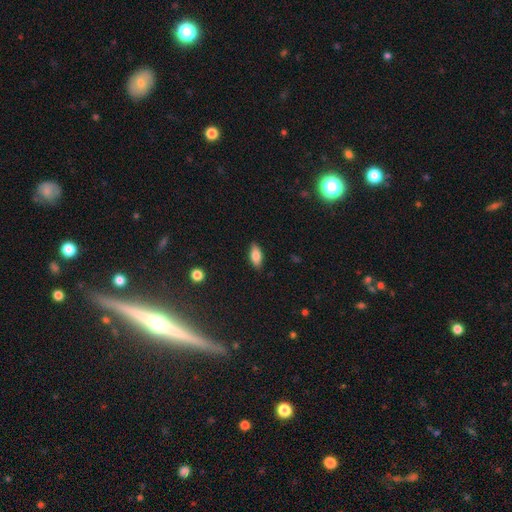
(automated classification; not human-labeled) This is clearly a smooth galaxy (82%). How rounded: clearly in between (86%). Merging: clearly none (87%).